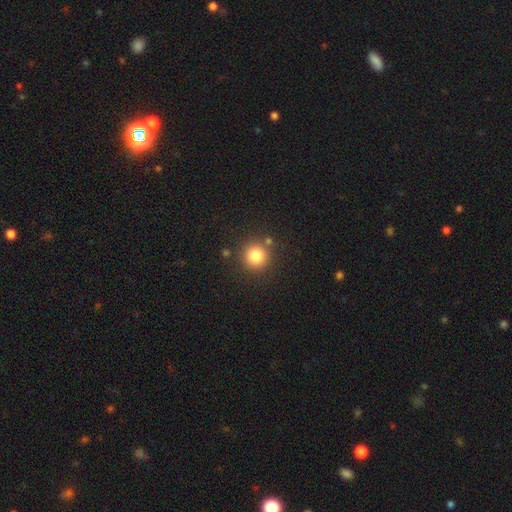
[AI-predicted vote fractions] This is clearly a smooth galaxy (82%). How rounded: clearly round (94%). Merging: clearly none (84%).